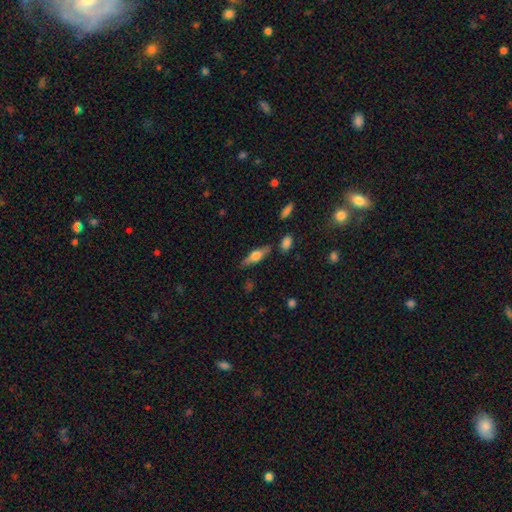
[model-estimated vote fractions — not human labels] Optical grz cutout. It shows a featured or disk galaxy (55%) viewed edge-on (94%) with a rounded central bulge (88%). Merging: none (81%).